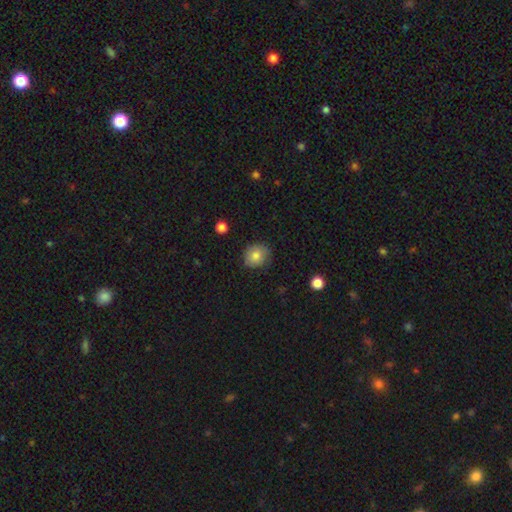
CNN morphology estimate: This appears to be a smooth galaxy with no disk features (81%) that is round (85%). Merging: none (77%).